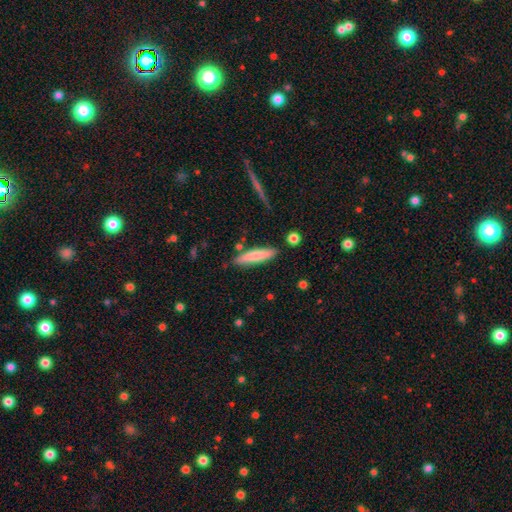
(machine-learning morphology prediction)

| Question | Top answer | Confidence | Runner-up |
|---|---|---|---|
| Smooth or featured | smooth | 77% | featured or disk (17%) |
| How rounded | cigar-shaped | 81% | in between (18%) |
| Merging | none | 83% | minor disturbance (11%) |